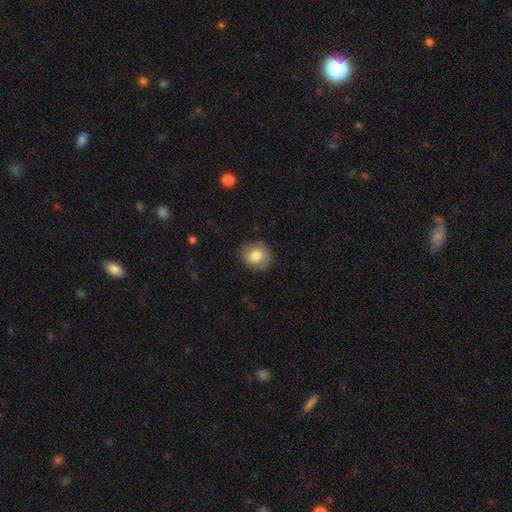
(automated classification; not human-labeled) Smooth or featured? smooth (75%)
How rounded? round (73%)
Merging? none (83%)